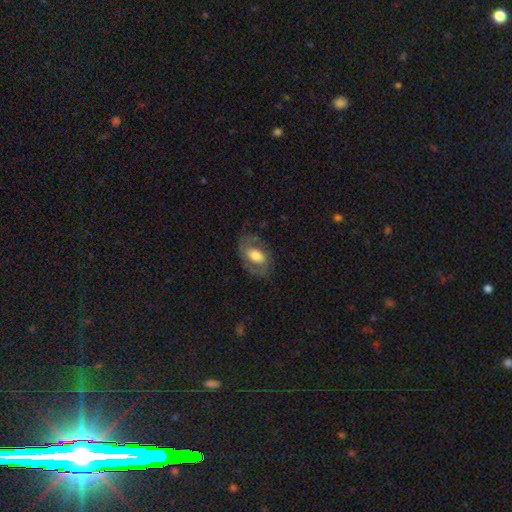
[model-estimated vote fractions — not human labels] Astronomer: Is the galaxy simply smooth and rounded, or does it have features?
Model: featured or disk — 53% (runner-up: smooth, 40%).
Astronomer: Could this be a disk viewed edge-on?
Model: no — 94%.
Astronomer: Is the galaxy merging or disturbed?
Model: none — 63%.